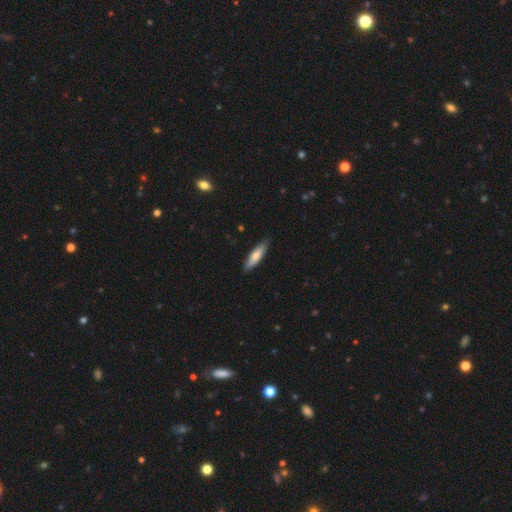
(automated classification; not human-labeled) A smooth galaxy with no disk features (68%) that is cigar-shaped (64%).

Vote fractions:
- Smooth or featured? smooth: 68% / featured or disk: 27% / star or artifact: 5%
- How rounded? cigar-shaped: 64% / in between: 34% / round: 2%
- Merging? none: 88% / minor disturbance: 10% / major disturbance: 2% / merger: 1%